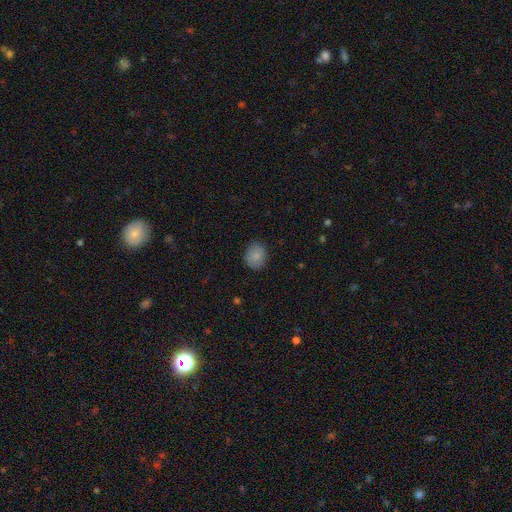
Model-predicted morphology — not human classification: Smooth or featured: smooth — 85% (star or artifact — 8%)
How rounded: round — 63% (in between — 36%)
Merging: none — 85% (minor disturbance — 11%)